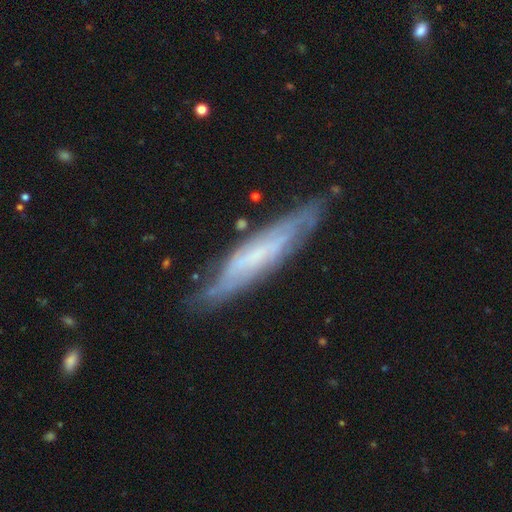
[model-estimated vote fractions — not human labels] Overall: featured or disk (62%; smooth 31%). Edge-on disk: yes (60%; no 40%). Merging: none (75%).